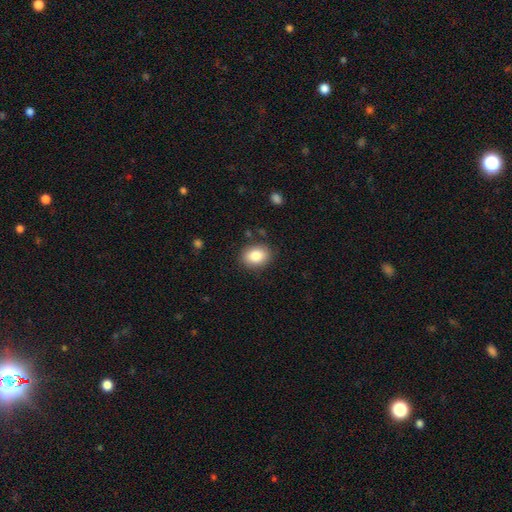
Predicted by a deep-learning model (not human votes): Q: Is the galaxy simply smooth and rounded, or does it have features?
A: smooth — 85%.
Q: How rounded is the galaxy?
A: in between — 65%.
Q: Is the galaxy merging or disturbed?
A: none — 86%.